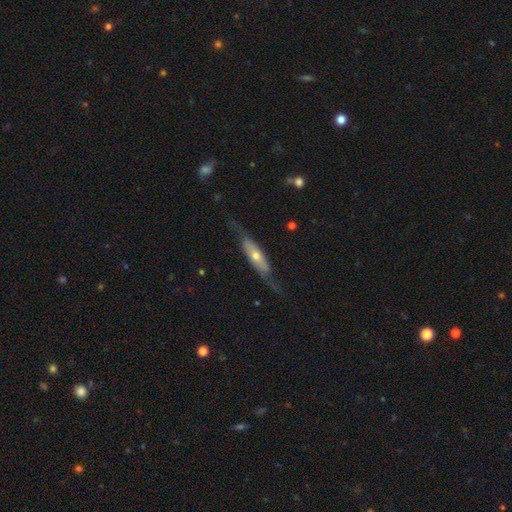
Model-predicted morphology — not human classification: Overall: featured or disk (64%; smooth 30%). Edge-on disk: no (52%; yes 48%). Merging: none (65%).